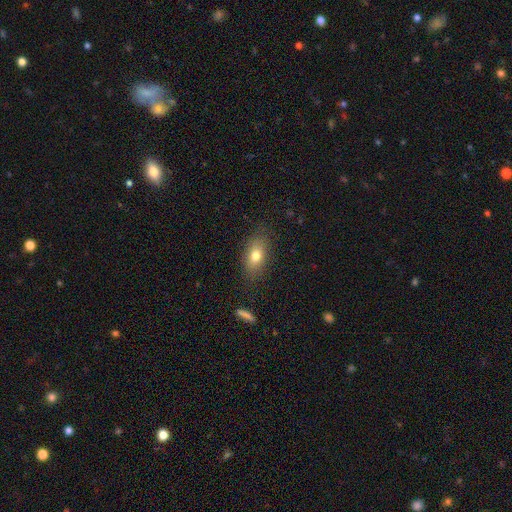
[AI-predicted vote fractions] A smooth galaxy with no disk features (75%) that is in between round and cigar-shaped (82%). Merging: none (81%).